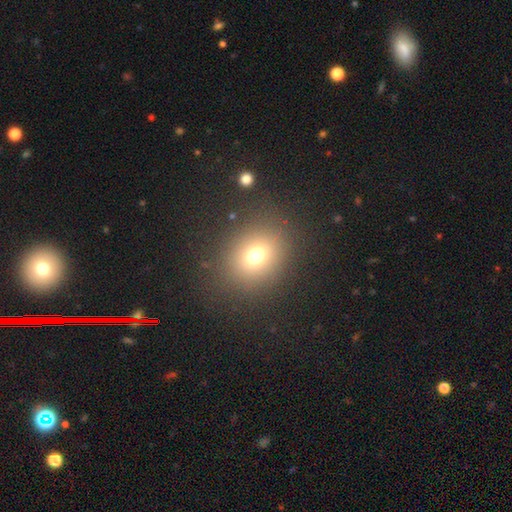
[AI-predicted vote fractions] A smooth galaxy with no disk features (70%) that is round (65%).

Vote fractions:
- Smooth or featured? smooth: 70% / star or artifact: 20% / featured or disk: 10%
- How rounded? round: 65% / in between: 34% / cigar-shaped: 1%
- Merging? none: 83% / minor disturbance: 8% / major disturbance: 6% / merger: 2%